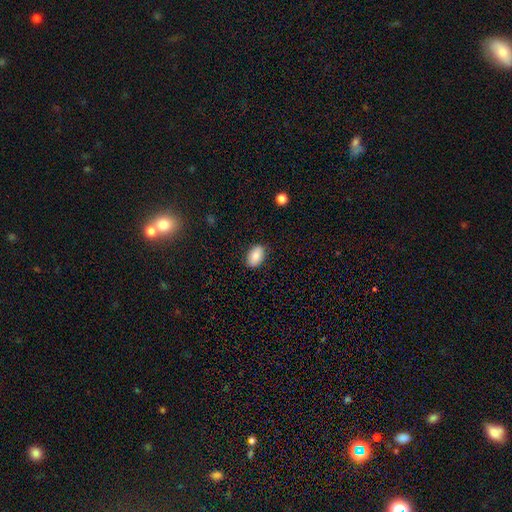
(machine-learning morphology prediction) Q: Smooth or featured?
A: smooth (79%); runner-up: featured or disk (13%)
Q: How rounded?
A: in between (86%); runner-up: round (12%)
Q: Merging?
A: none (85%); runner-up: minor disturbance (12%)